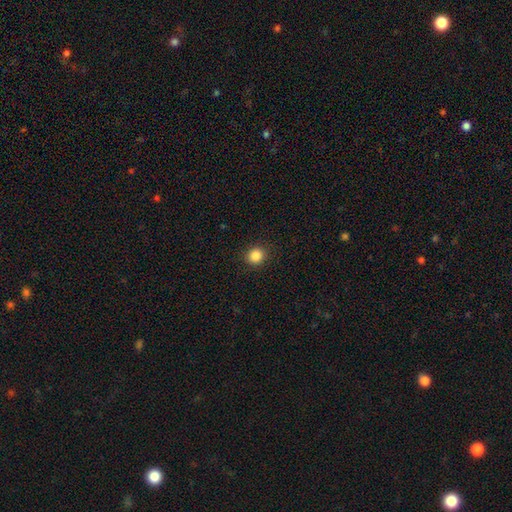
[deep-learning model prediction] Morphology: type=smooth (86%); roundness=round (88%); merging=none (91%).